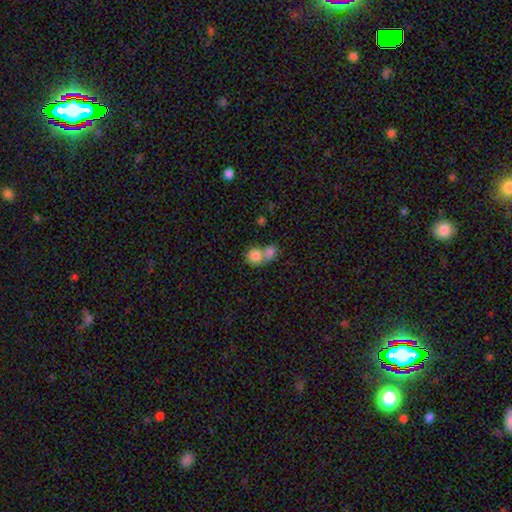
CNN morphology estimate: Smooth or featured: smooth — 81% (featured or disk — 10%)
How rounded: round — 76% (in between — 23%)
Merging: merger — 63% (none — 28%)